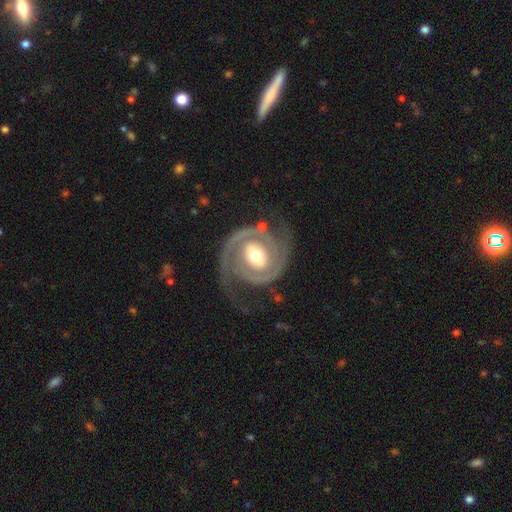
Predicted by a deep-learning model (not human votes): Smooth or featured: featured or disk — 89% (smooth — 7%)
Edge-on disk: no — 97% (yes — 3%)
Bar: no — 60% (weak — 26%)
Spiral arms: yes — 95% (no — 5%)
Spiral winding: tight — 57% (medium — 31%)
Spiral arm count: 2 — 80% (1 — 9%)
Bulge size: moderate — 69% (large — 16%)
Merging: none — 66% (minor disturbance — 16%)